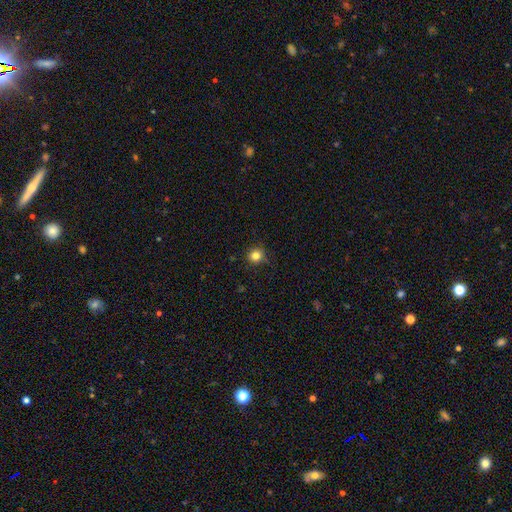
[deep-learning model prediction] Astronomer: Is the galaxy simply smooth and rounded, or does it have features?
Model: smooth — 82%.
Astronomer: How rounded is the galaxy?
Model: round — 90%.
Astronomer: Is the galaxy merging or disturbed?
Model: none — 85%.